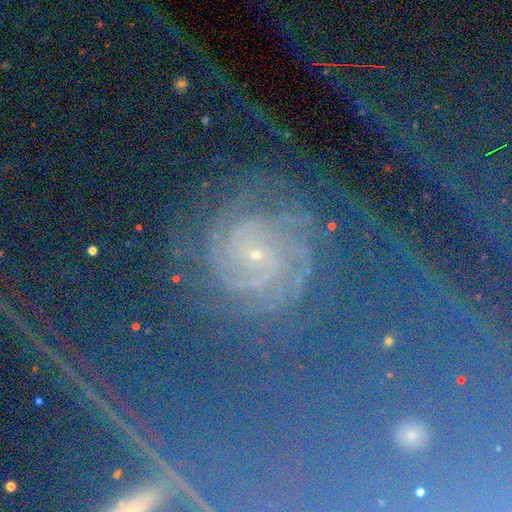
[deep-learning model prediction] Smooth or featured: featured or disk — 64% (star or artifact — 25%)
Edge-on disk: no — 96% (yes — 4%)
Bar: no — 67% (weak — 22%)
Spiral arms: yes — 97% (no — 3%)
Spiral winding: tight — 74% (medium — 21%)
Spiral arm count: 2 — 22% (can't tell — 21%)
Bulge size: small — 83% (moderate — 11%)
Merging: none — 76% (minor disturbance — 13%)